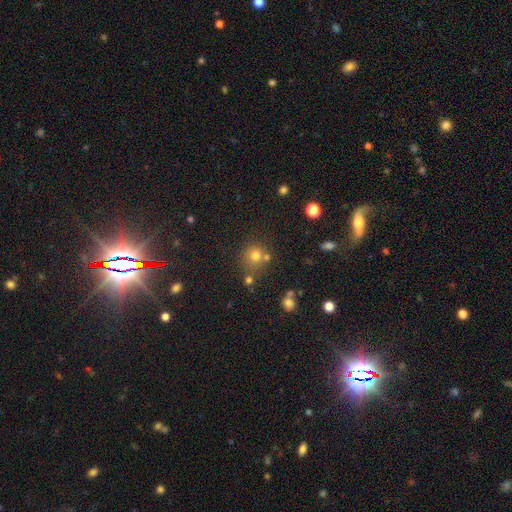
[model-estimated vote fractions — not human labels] Morphology: type=smooth (70%); roundness=round (87%); merging=none (67%).